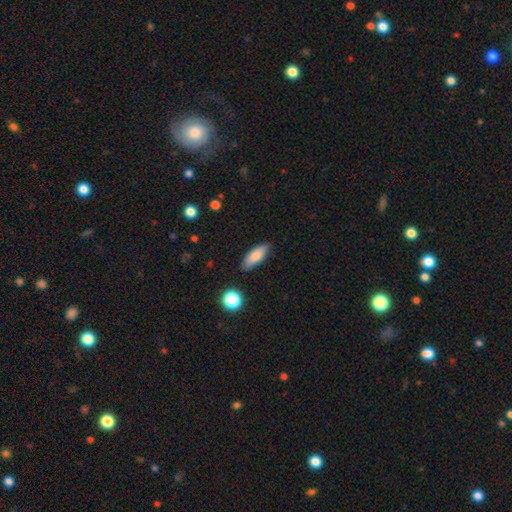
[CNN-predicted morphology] A smooth galaxy with no disk features (80%) that is in between round and cigar-shaped (68%). Merging: none (84%).